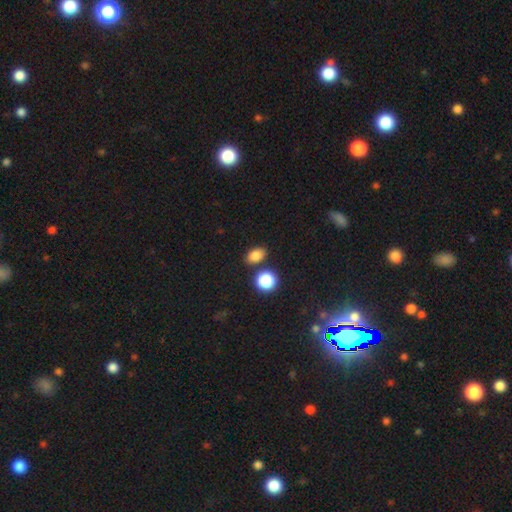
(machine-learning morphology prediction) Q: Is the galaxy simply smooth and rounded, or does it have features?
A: smooth — 81%.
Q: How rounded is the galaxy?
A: in between — 76%.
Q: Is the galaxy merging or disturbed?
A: none — 78%.